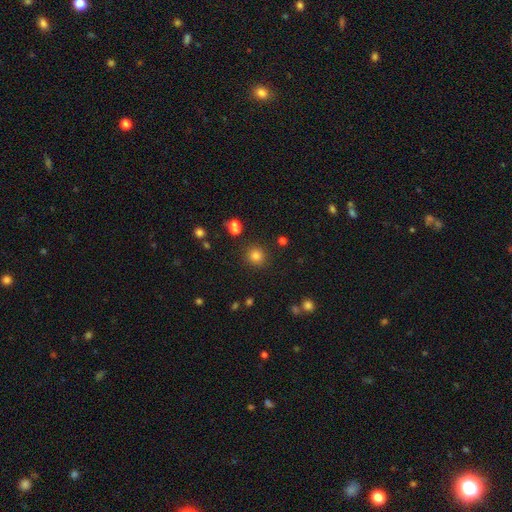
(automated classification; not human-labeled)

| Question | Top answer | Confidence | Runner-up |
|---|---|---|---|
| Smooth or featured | smooth | 80% | star or artifact (14%) |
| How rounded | round | 91% | in between (8%) |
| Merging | none | 87% | minor disturbance (7%) |